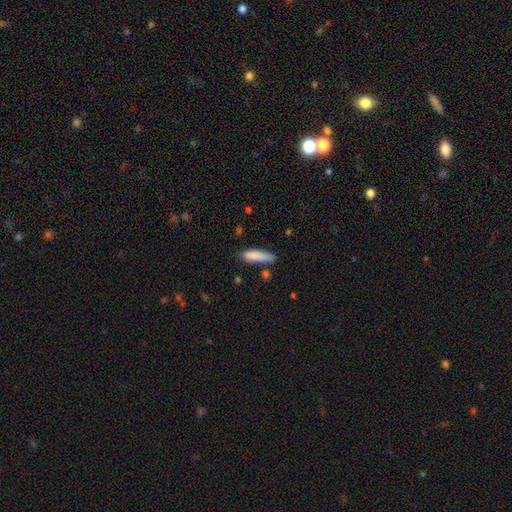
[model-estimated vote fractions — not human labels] Q: Smooth or featured?
A: smooth (85%); runner-up: featured or disk (9%)
Q: How rounded?
A: cigar-shaped (70%); runner-up: in between (29%)
Q: Merging?
A: none (70%); runner-up: minor disturbance (21%)